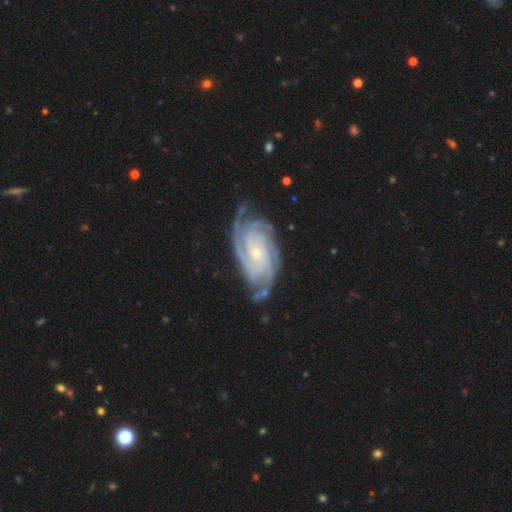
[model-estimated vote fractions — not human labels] Smooth or featured?
  - featured or disk: 90% *
  - star or artifact: 5%
  - smooth: 5%
Edge-on disk?
  - no: 96% *
  - yes: 4%
Bar?
  - no: 65% *
  - weak: 25%
  - strong: 9%
Spiral arms?
  - yes: 98% *
  - no: 2%
Spiral winding?
  - tight: 75% *
  - medium: 22%
  - loose: 3%
Spiral arm count?
  - 4: 29% *
  - 3: 27%
  - can't tell: 15%
  - 2: 13%
  - more than 4: 9%
  - 1: 6%
Bulge size?
  - small: 74% *
  - moderate: 22%
  - none: 2%
  - large: 1%
  - dominant: 1%
Merging?
  - none: 73% *
  - minor disturbance: 19%
  - major disturbance: 6%
  - merger: 2%